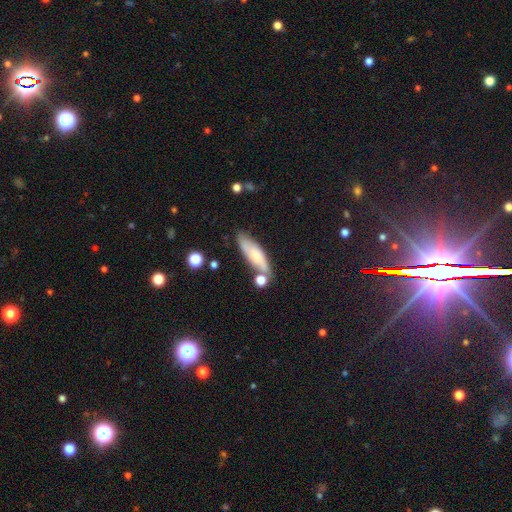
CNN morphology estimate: The model was most divided on "how rounded": cigar-shaped: 56%, in between: 42%, round: 2%. More confident: merging — none (67%); smooth or featured — smooth (65%).